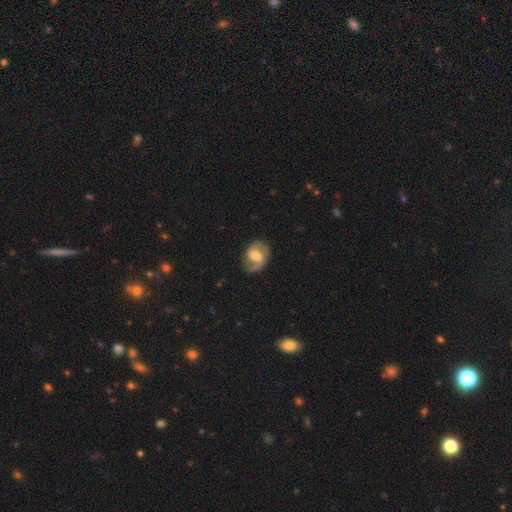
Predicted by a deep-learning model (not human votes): A featured or disk galaxy (79%) with a weak bar (53%), 2 (85%) medium (51%) spiral arms (93%) and a moderate central bulge (47%). Merging: none (75%).